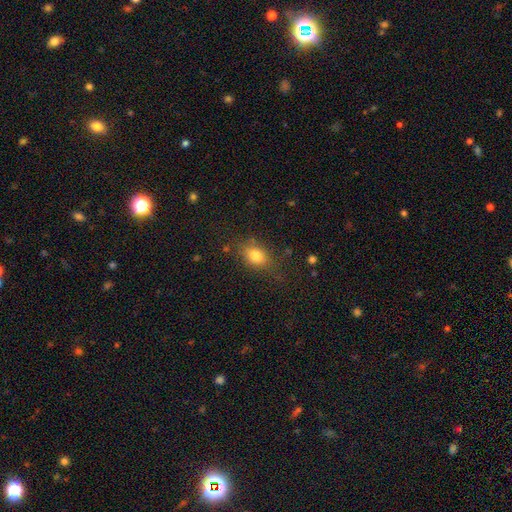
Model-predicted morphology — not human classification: This is clearly a smooth galaxy (81%). How rounded: likely in between (73%). Merging: likely none (71%).